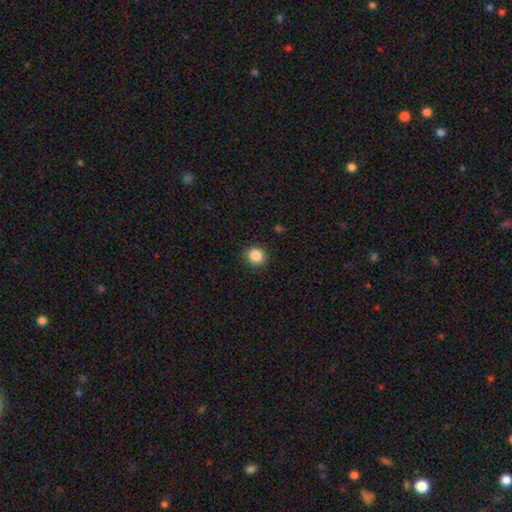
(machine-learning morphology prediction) smooth 87%, star or artifact 10%, featured or disk 3%. Down the decision tree: how rounded — round (90%); merging — none (90%).